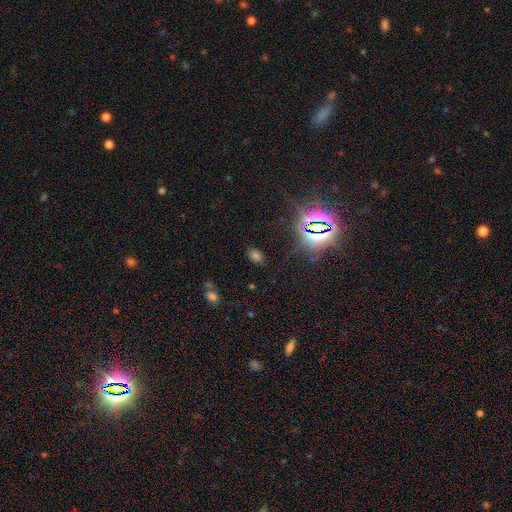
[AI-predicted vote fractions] The model was most divided on "smooth or featured": star or artifact: 48%, smooth: 44%, featured or disk: 8%.